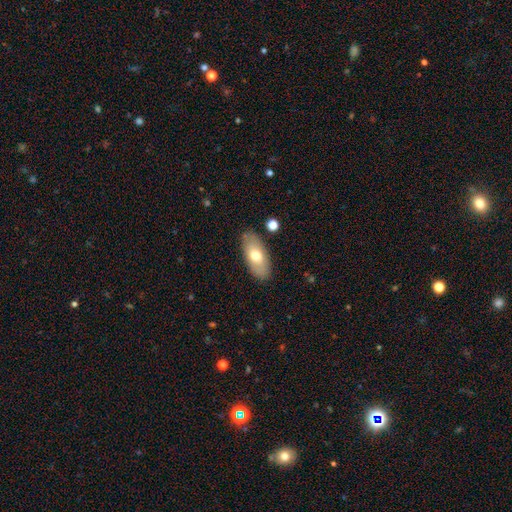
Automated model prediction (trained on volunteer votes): A smooth galaxy with no disk features (67%) that is in between round and cigar-shaped (88%).

Vote fractions:
- Smooth or featured? smooth: 67% / featured or disk: 26% / star or artifact: 6%
- How rounded? in between: 88% / cigar-shaped: 10% / round: 3%
- Merging? none: 86% / minor disturbance: 10% / major disturbance: 3% / merger: 2%